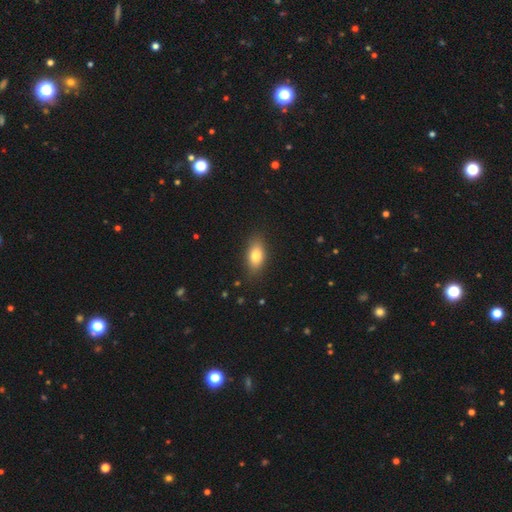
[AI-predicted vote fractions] This appears to be a smooth galaxy with no disk features (79%) that is in between round and cigar-shaped (86%). Merging: none (84%).